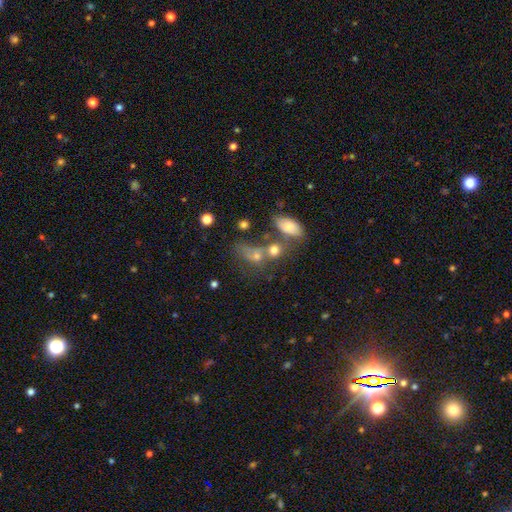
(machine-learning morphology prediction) smooth_or_featured: smooth (p=0.60) [alt: featured or disk p=0.20]
how_rounded: in between (p=0.58) [alt: round p=0.36]
merging: merger (p=0.40) [alt: none p=0.29]